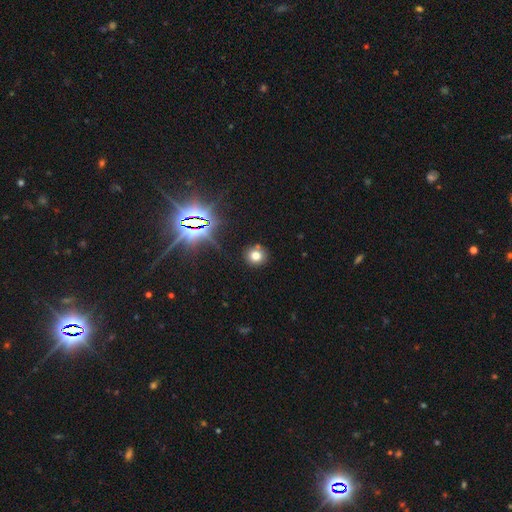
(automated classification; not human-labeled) Smooth or featured: smooth — 72% (star or artifact — 20%)
How rounded: round — 88% (in between — 11%)
Merging: none — 83% (minor disturbance — 8%)